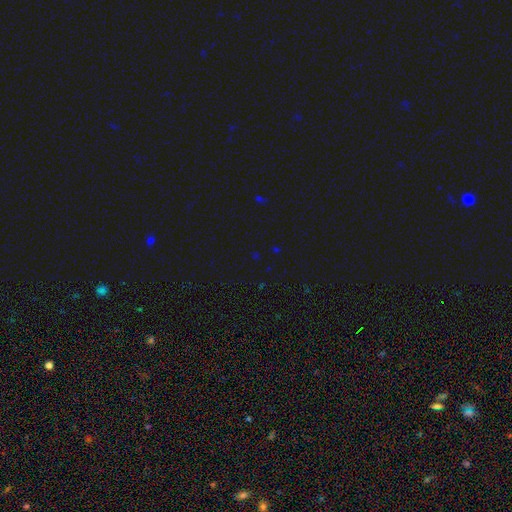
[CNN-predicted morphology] This appears to be a star or artifact, not a galaxy (67%).